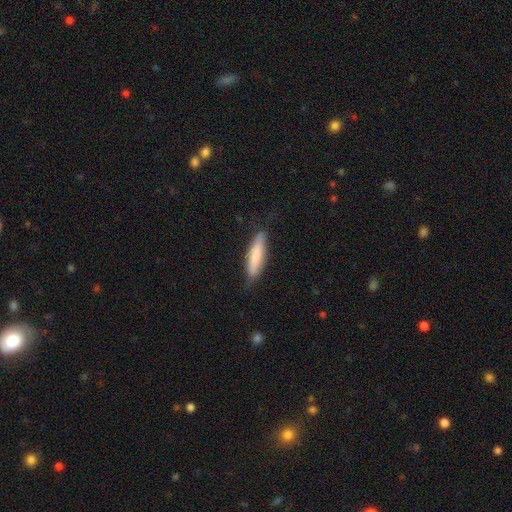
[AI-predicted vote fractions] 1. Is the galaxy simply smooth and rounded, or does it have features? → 79% smooth, 16% featured or disk, 5% star or artifact.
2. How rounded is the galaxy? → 74% cigar-shaped, 25% in between, 1% round.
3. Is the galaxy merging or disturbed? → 81% none, 15% minor disturbance, 3% major disturbance, 1% merger.